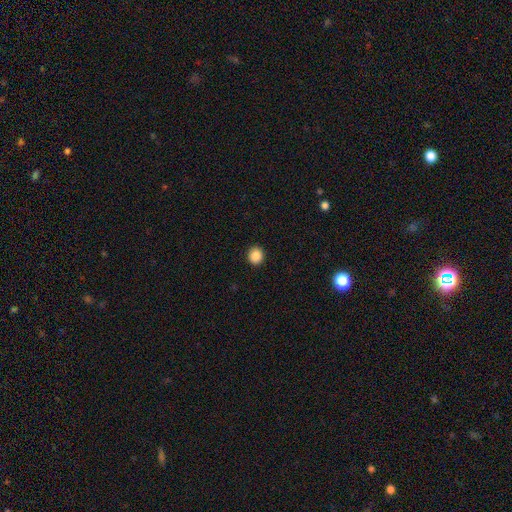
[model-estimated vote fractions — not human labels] Smooth or featured? Predicted: smooth (p=0.88). How rounded? Predicted: round (p=0.86). Merging? Predicted: none (p=0.92).